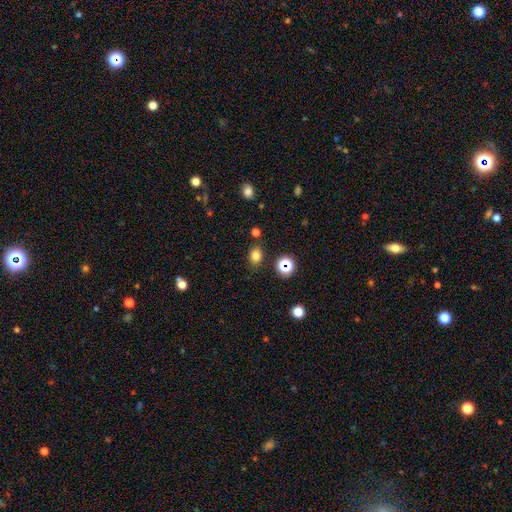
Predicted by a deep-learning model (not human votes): Morphology: type=smooth (78%); roundness=in between (56%); merging=none (82%).